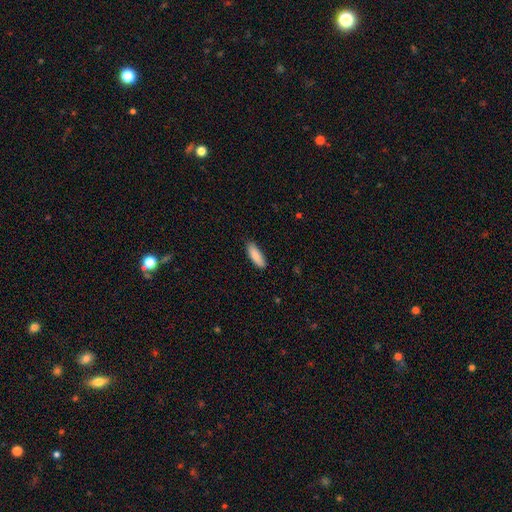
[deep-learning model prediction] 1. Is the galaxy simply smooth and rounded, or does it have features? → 88% smooth, 6% featured or disk, 6% star or artifact.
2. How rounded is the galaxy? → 55% in between, 43% cigar-shaped, 2% round.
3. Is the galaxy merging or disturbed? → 85% none, 12% minor disturbance, 2% major disturbance, 1% merger.